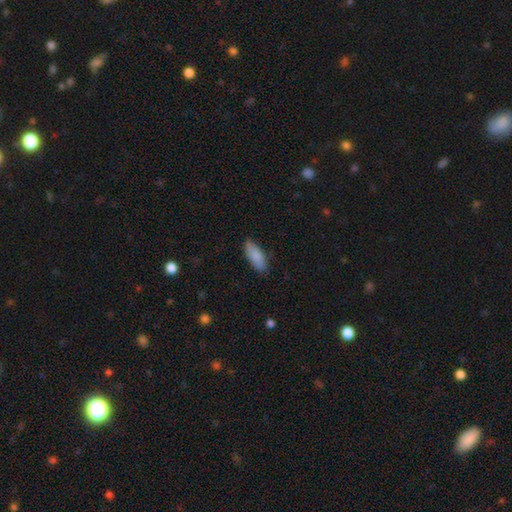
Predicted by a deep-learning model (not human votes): smooth-or-featured: smooth: 87% | featured or disk: 7% | star or artifact: 6%
  how-rounded: in between: 75% | cigar-shaped: 24% | round: 2%
  merging: none: 81% | minor disturbance: 15% | major disturbance: 3% | merger: 1%